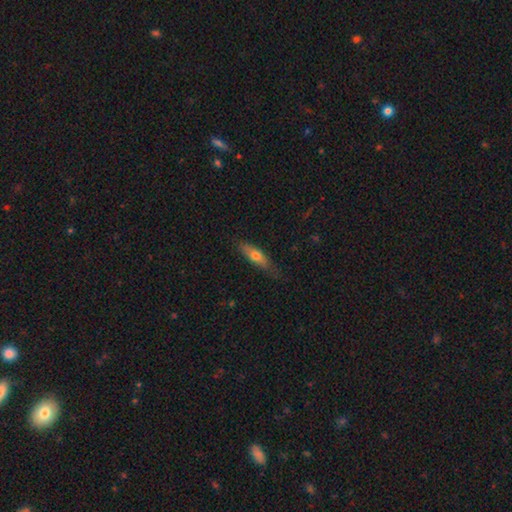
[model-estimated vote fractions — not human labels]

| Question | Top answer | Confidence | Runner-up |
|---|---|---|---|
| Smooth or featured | smooth | 66% | featured or disk (27%) |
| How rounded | in between | 50% | cigar-shaped (48%) |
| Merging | none | 70% | minor disturbance (24%) |